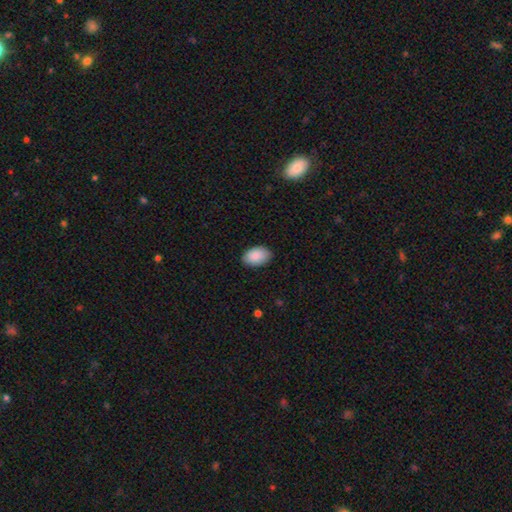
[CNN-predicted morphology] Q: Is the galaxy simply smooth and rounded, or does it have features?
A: smooth — 90%.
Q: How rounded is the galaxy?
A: in between — 92%.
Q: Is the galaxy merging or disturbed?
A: none — 88%.